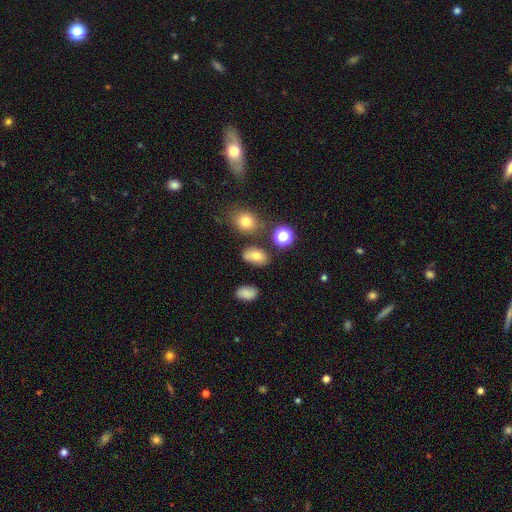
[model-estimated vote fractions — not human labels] smooth_or_featured: smooth (p=0.73) [alt: star or artifact p=0.16]
how_rounded: in between (p=0.83) [alt: round p=0.15]
merging: none (p=0.76) [alt: minor disturbance p=0.13]